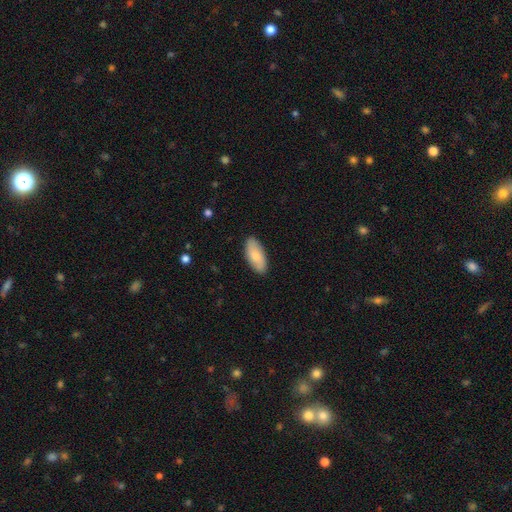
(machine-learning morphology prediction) This is likely a smooth galaxy (79%). How rounded: clearly in between (89%). Merging: clearly none (87%).